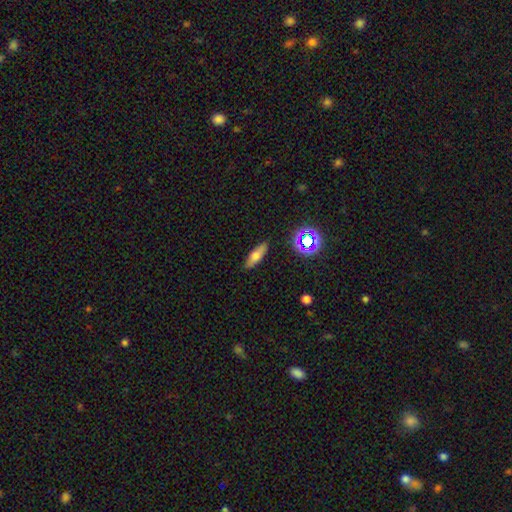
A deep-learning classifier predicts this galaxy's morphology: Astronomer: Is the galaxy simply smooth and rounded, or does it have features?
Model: smooth — 66%.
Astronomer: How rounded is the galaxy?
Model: in between — 54% (runner-up: cigar-shaped, 42%).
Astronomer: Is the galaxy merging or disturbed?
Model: none — 88%.